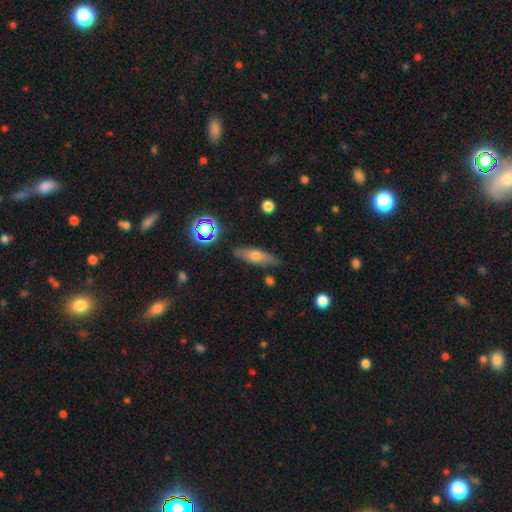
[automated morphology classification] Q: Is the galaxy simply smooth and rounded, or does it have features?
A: smooth — 52%.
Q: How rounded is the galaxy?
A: cigar-shaped — 56%.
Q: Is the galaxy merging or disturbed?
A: none — 83%.